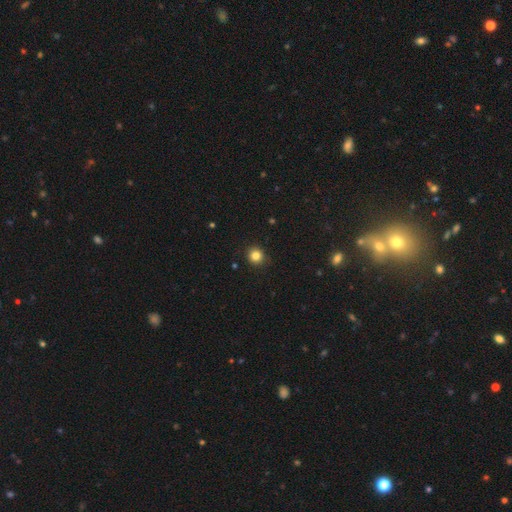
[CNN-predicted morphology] Smooth or featured?
  - smooth: 83% *
  - star or artifact: 12%
  - featured or disk: 5%
How rounded?
  - round: 93% *
  - in between: 6%
  - cigar-shaped: 1%
Merging?
  - none: 92% *
  - minor disturbance: 6%
  - major disturbance: 2%
  - merger: 1%